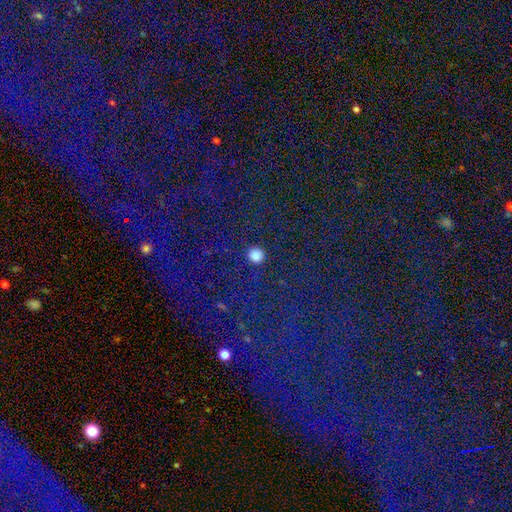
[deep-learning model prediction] Smooth or featured: smooth — 82% (star or artifact — 14%)
How rounded: round — 93% (in between — 6%)
Merging: none — 90% (minor disturbance — 6%)